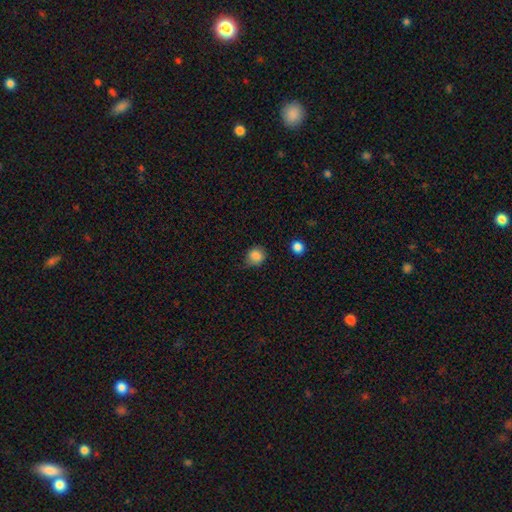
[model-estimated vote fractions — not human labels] Smooth or featured? smooth (85%)
How rounded? round (78%)
Merging? none (70%)